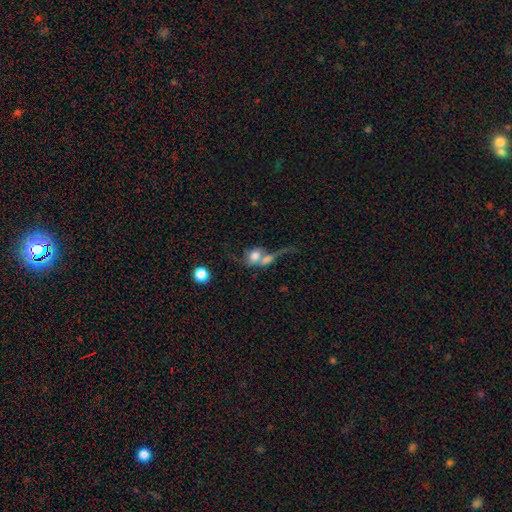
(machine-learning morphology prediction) This appears to be a smooth galaxy with no disk features (61%) that is in between round and cigar-shaped (50%). Merging: merger (68%).